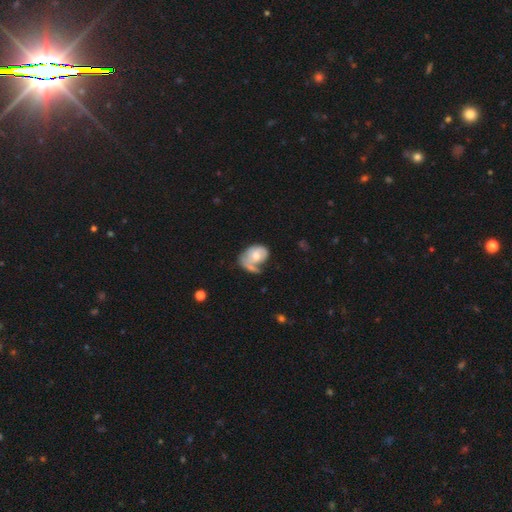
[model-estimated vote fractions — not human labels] Q: Smooth or featured?
A: smooth (47%); tied with: featured or disk (47%)
Q: Merging?
A: none (28%); tied with: major disturbance (28%)